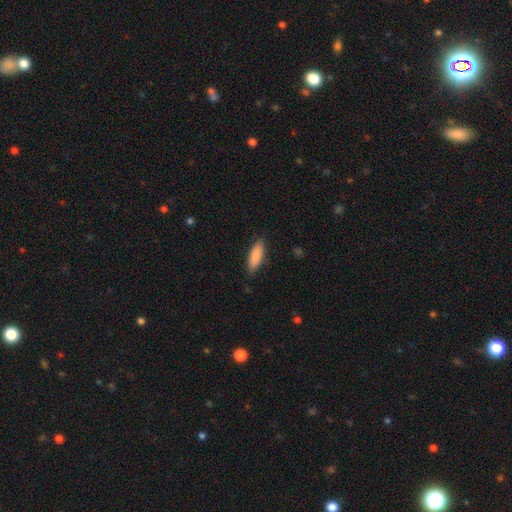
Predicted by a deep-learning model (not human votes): A smooth galaxy with no disk features (86%) that is in between round and cigar-shaped (57%).

Vote fractions:
- Smooth or featured? smooth: 86% / featured or disk: 9% / star or artifact: 6%
- How rounded? in between: 57% / cigar-shaped: 42% / round: 2%
- Merging? none: 84% / minor disturbance: 12% / major disturbance: 2% / merger: 1%